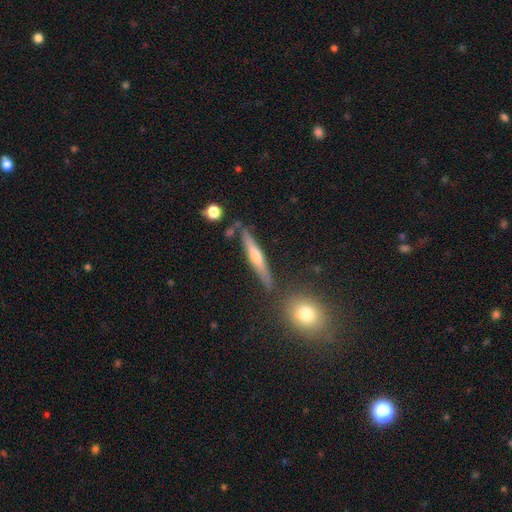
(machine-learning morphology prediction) type=featured or disk (62%); edge-on=yes (94%); edge-on bulge=rounded (76%); merging=none (81%).